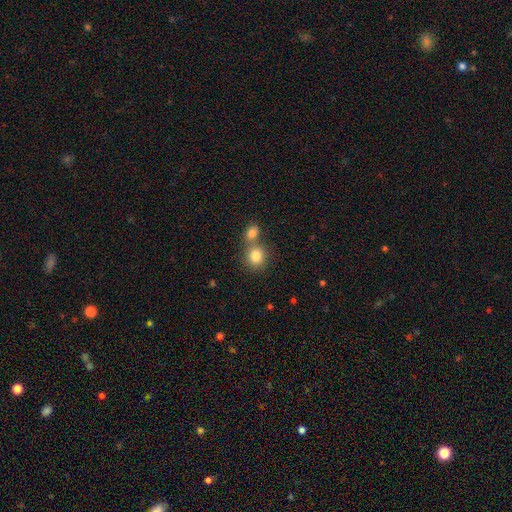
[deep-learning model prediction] Smooth or featured? Predicted: smooth (p=0.81). How rounded? Predicted: round (p=0.82). Merging? Predicted: none (p=0.50).